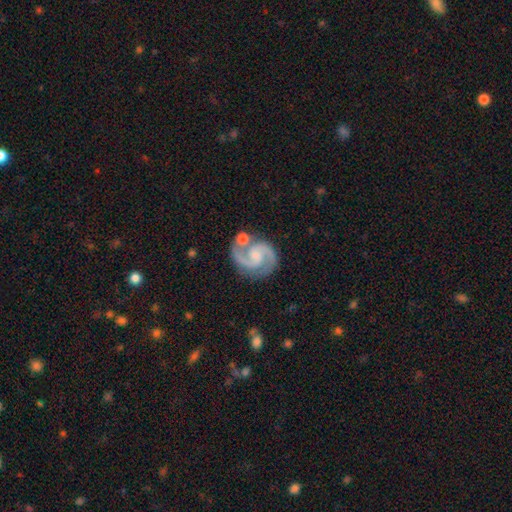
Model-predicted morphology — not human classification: This appears to be a featured or disk galaxy (91%) with no bar (51%), 2 (94%) medium (62%) spiral arms (98%) and no central bulge (38%). Merging: none (72%).